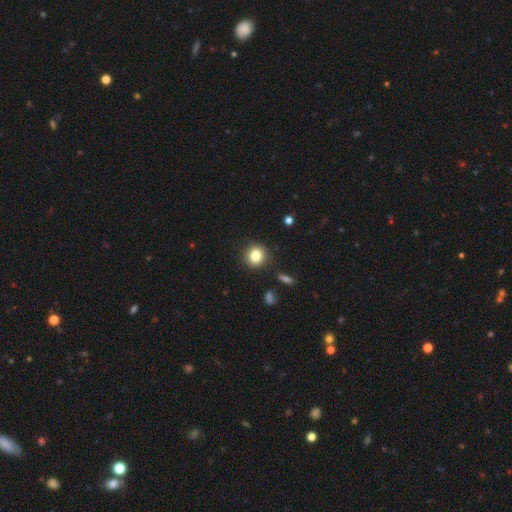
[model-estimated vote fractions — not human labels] A smooth galaxy with no disk features (81%) that is round (88%).

Vote fractions:
- Smooth or featured? smooth: 81% / star or artifact: 11% / featured or disk: 7%
- How rounded? round: 88% / in between: 11% / cigar-shaped: 1%
- Merging? none: 89% / minor disturbance: 8% / major disturbance: 2% / merger: 2%